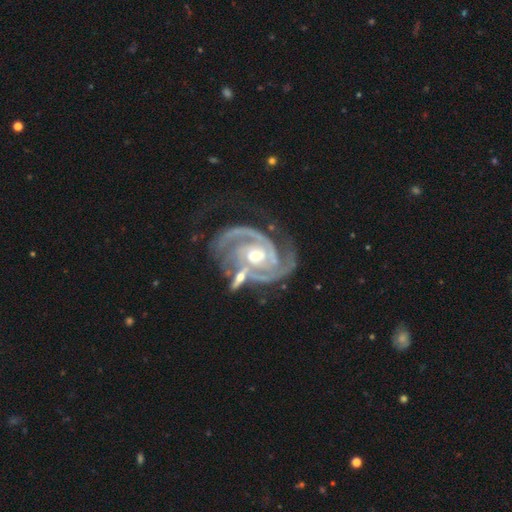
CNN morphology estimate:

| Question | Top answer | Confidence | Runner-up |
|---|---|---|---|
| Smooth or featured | featured or disk | 93% | star or artifact (4%) |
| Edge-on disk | no | 98% | yes (2%) |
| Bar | no | 53% | weak (31%) |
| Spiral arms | yes | 99% | no (1%) |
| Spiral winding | tight | 62% | medium (34%) |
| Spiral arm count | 2 | 74% | 3 (16%) |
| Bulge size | moderate | 59% | small (36%) |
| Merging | none | 56% | minor disturbance (20%) |